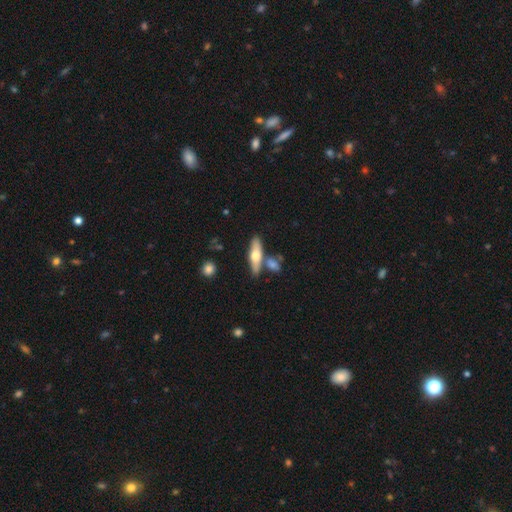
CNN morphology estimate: This is possibly a smooth galaxy (52%). How rounded: possibly cigar-shaped (57%). Merging: likely none (70%).